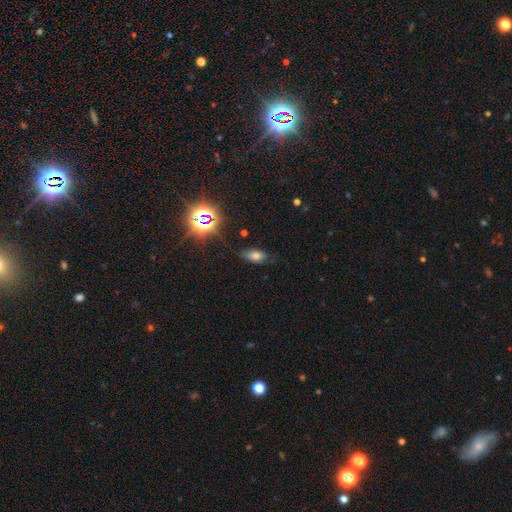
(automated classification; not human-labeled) This is likely a smooth galaxy (62%). How rounded: clearly in between (85%). Merging: likely none (73%).